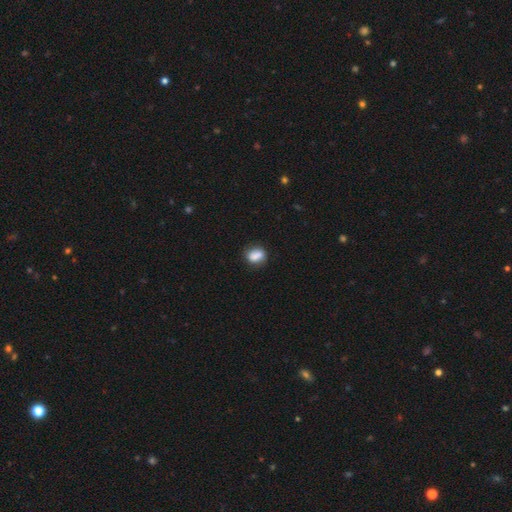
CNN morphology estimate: Overall: smooth (81%). How rounded: in between (55%; round 42%). Merging: none (72%).